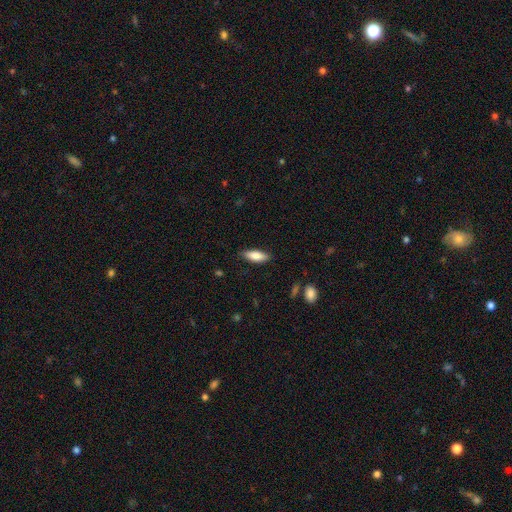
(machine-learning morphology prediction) Overall: smooth (82%). How rounded: in between (67%; cigar-shaped 31%). Merging: none (86%).